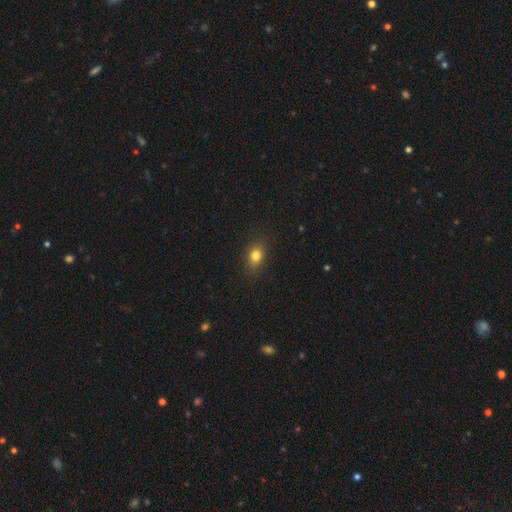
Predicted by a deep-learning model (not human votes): Smooth or featured? smooth (80%)
How rounded? in between (66%)
Merging? none (84%)